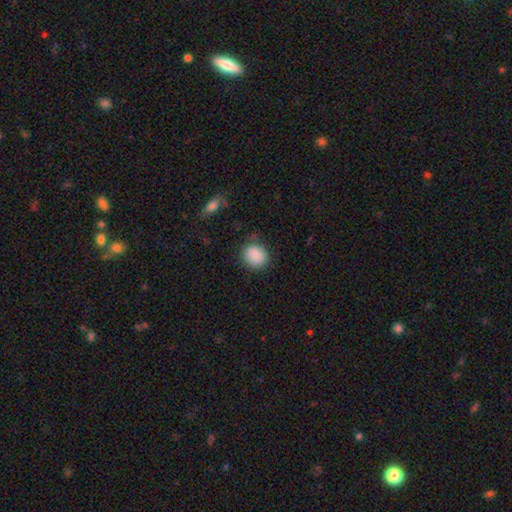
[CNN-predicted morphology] Smooth or featured: smooth — 88% (star or artifact — 8%)
How rounded: round — 76% (in between — 23%)
Merging: none — 82% (minor disturbance — 13%)